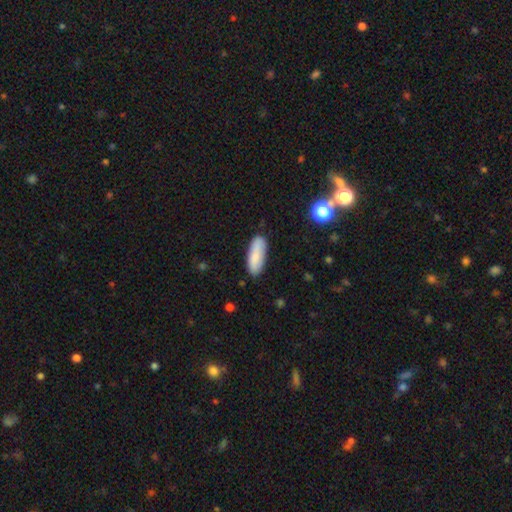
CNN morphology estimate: The model was most divided on "how rounded": in between: 64%, cigar-shaped: 34%, round: 2%. More confident: smooth or featured — smooth (83%); merging — none (82%).